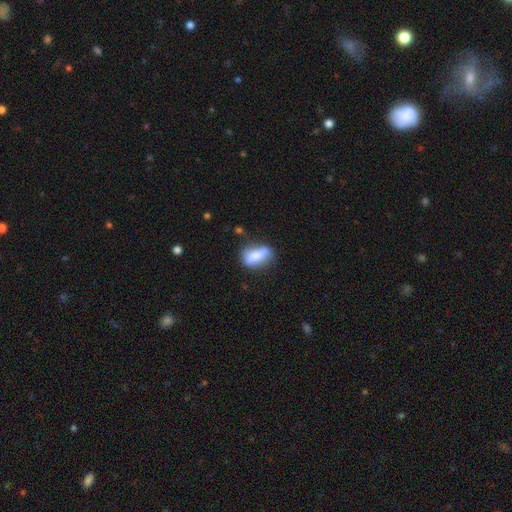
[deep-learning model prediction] Smooth or featured? smooth (53%)
How rounded? in between (76%)
Merging? none (65%)